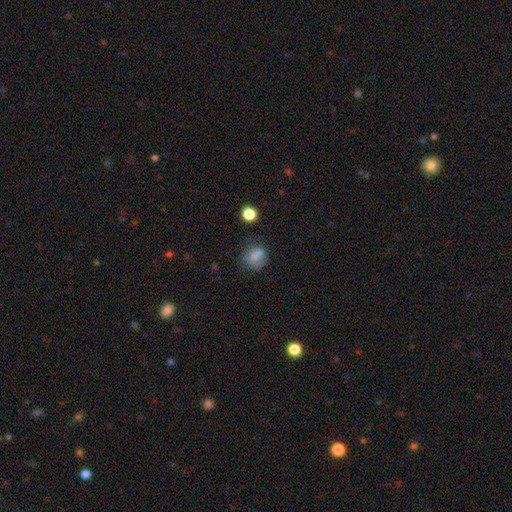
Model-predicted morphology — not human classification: Overall: smooth (74%). How rounded: round (66%; in between 33%). Merging: none (58%; minor disturbance 23%).